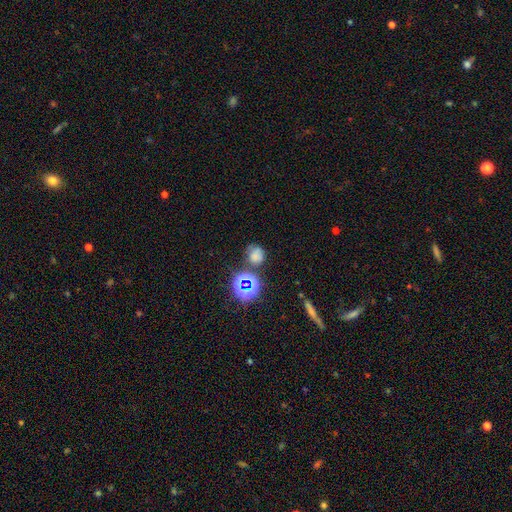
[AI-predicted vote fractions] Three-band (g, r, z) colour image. It shows a smooth galaxy with no disk features (60%) that is round (73%). Merging: none (54%).